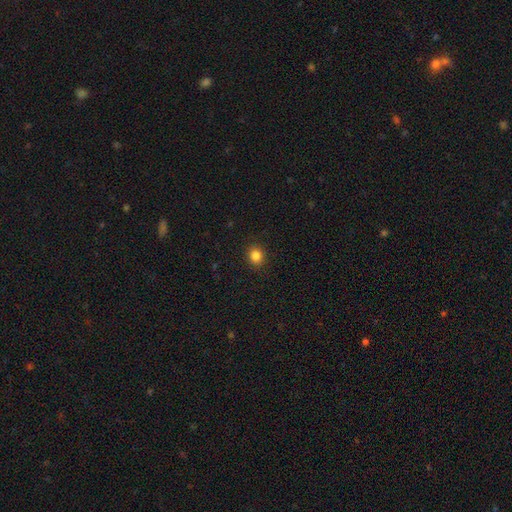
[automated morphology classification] Smooth or featured?
  - smooth: 84% *
  - star or artifact: 11%
  - featured or disk: 4%
How rounded?
  - round: 79% *
  - in between: 20%
  - cigar-shaped: 1%
Merging?
  - none: 91% *
  - minor disturbance: 6%
  - major disturbance: 2%
  - merger: 1%